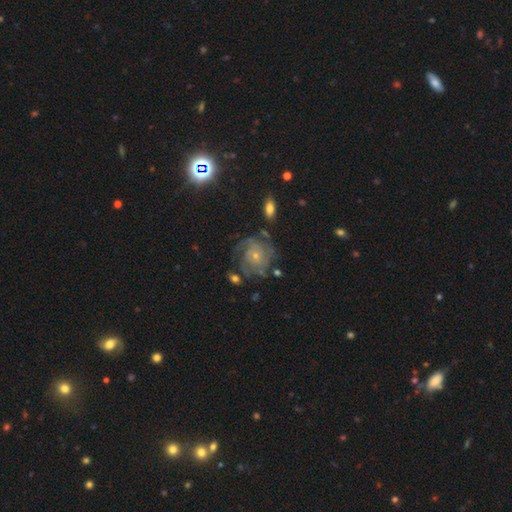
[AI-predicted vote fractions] Q: Smooth or featured?
A: featured or disk (78%); runner-up: smooth (13%)
Q: Edge-on disk?
A: no (98%); runner-up: yes (2%)
Q: Bar?
A: no (80%); runner-up: weak (17%)
Q: Spiral arms?
A: yes (92%); runner-up: no (8%)
Q: Spiral winding?
A: tight (60%); runner-up: medium (30%)
Q: Spiral arm count?
A: can't tell (36%); runner-up: 3 (21%)
Q: Bulge size?
A: small (72%); runner-up: moderate (23%)
Q: Merging?
A: none (61%); runner-up: minor disturbance (20%)